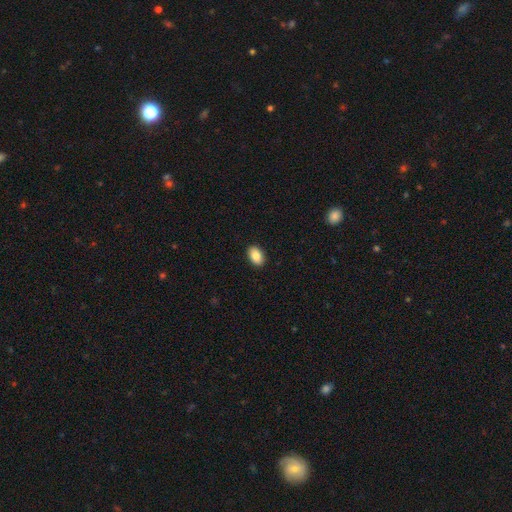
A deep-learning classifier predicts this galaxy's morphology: smooth 86%, star or artifact 7%, featured or disk 7%. Down the decision tree: how rounded — in between (89%); merging — none (90%).